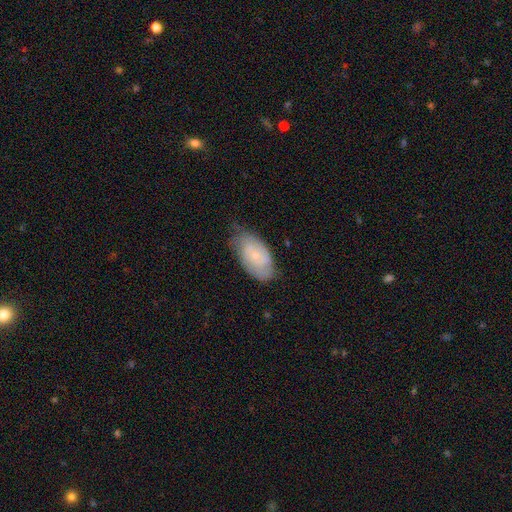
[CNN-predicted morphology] Overall: featured or disk (50%; smooth 43%). Merging: none (58%; minor disturbance 32%).